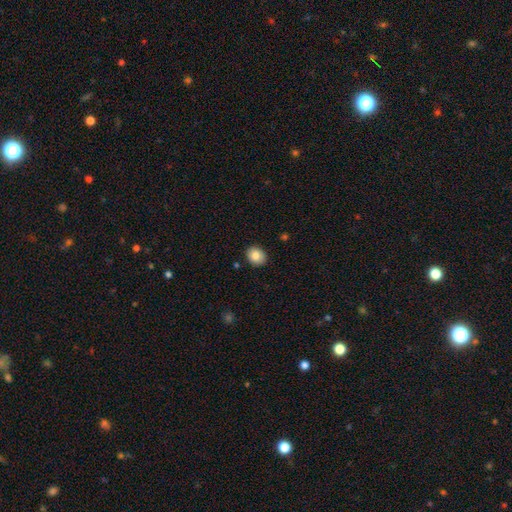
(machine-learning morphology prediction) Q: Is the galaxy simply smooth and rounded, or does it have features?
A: smooth — 84%.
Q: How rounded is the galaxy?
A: round — 58%.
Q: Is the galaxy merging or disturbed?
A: none — 89%.